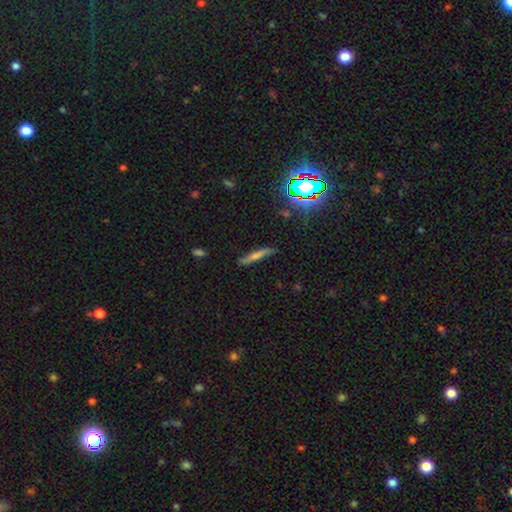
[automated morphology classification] This appears to be a smooth galaxy with no disk features (54%) that is cigar-shaped (89%). Merging: none (79%).